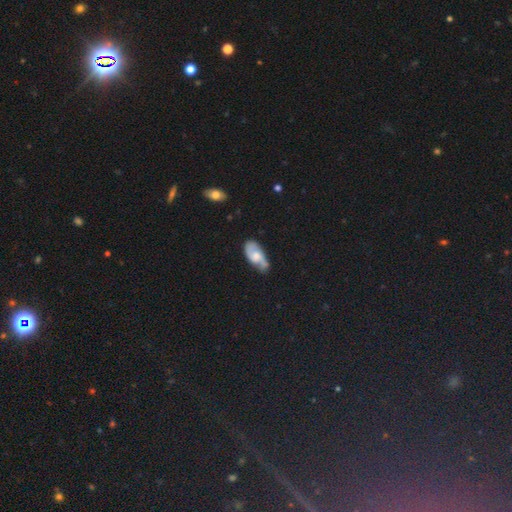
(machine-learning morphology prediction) Overall: featured or disk (56%; smooth 37%). Edge-on disk: no (92%). Bar: no (65%; weak 30%). Spiral arms: yes (85%). Bulge size: moderate (51%; small 24%). Merging: none (54%; minor disturbance 31%).